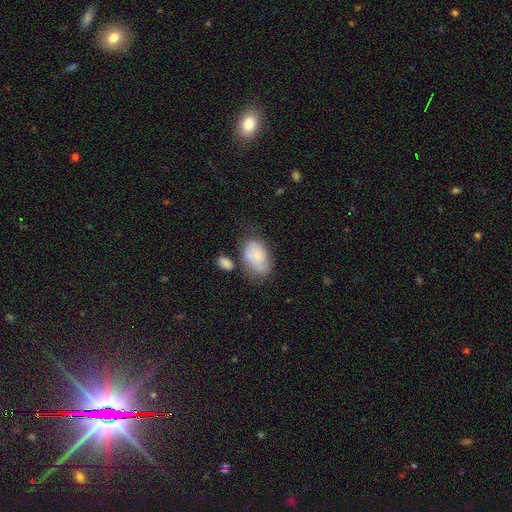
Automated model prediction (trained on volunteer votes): A smooth galaxy with no disk features (74%) that is in between round and cigar-shaped (90%). Merging: none (47%).